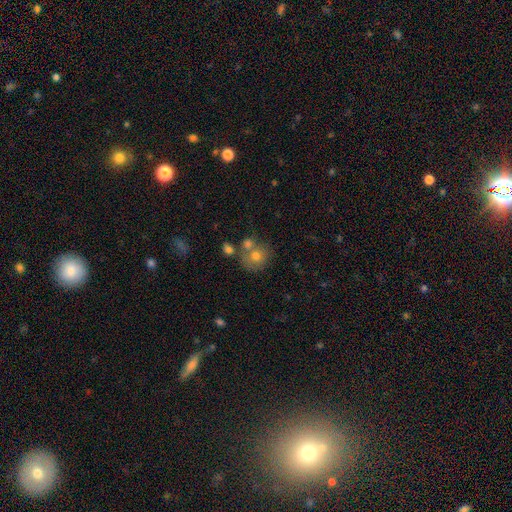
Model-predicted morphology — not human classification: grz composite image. It shows a smooth galaxy with no disk features (70%) that is round (83%). Merging: none (53%).